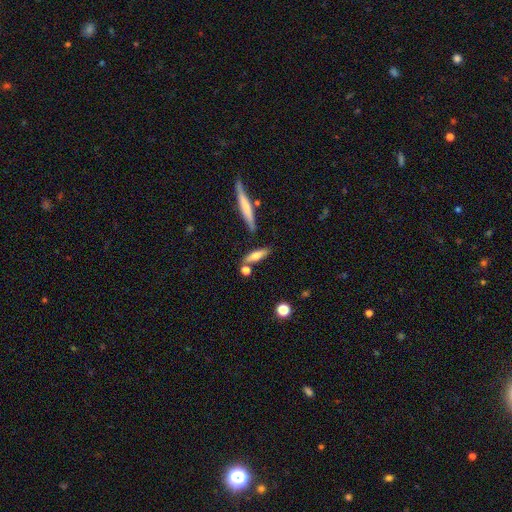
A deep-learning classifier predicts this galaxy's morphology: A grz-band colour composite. It shows a smooth galaxy with no disk features (65%) that is cigar-shaped (60%). Merging: none (68%).